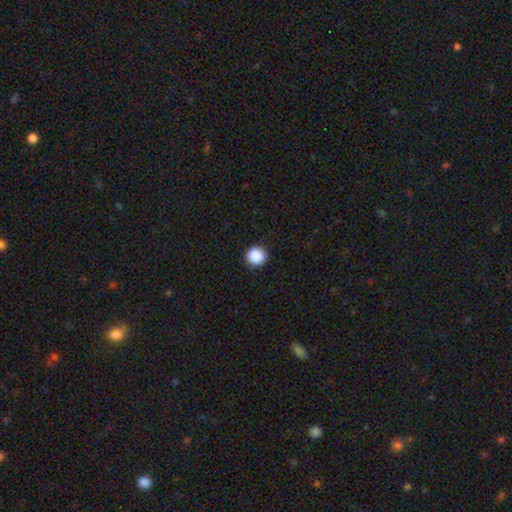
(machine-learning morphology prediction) Smooth or featured?
  - smooth: 88% *
  - star or artifact: 9%
  - featured or disk: 3%
How rounded?
  - round: 94% *
  - in between: 5%
  - cigar-shaped: 1%
Merging?
  - none: 93% *
  - minor disturbance: 5%
  - major disturbance: 2%
  - merger: 1%